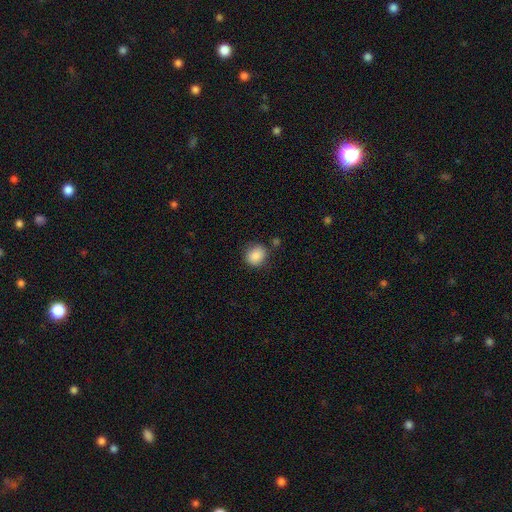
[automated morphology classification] A smooth galaxy with no disk features (87%) that is round (71%).

Vote fractions:
- Smooth or featured? smooth: 87% / star or artifact: 8% / featured or disk: 4%
- How rounded? round: 71% / in between: 28% / cigar-shaped: 1%
- Merging? none: 79% / minor disturbance: 13% / merger: 4% / major disturbance: 3%